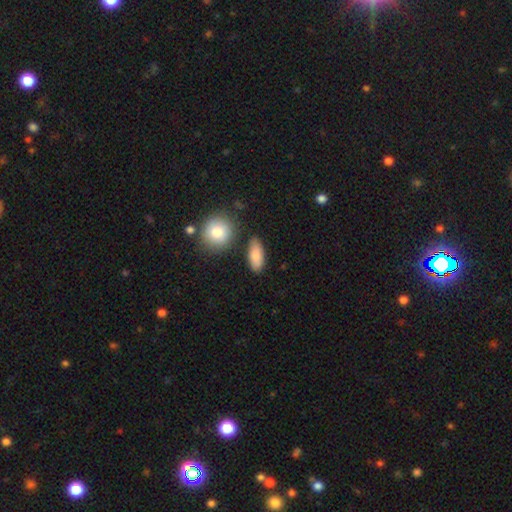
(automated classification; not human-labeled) Smooth or featured? Predicted: smooth (p=0.84). How rounded? Predicted: in between (p=0.83). Merging? Predicted: none (p=0.79).